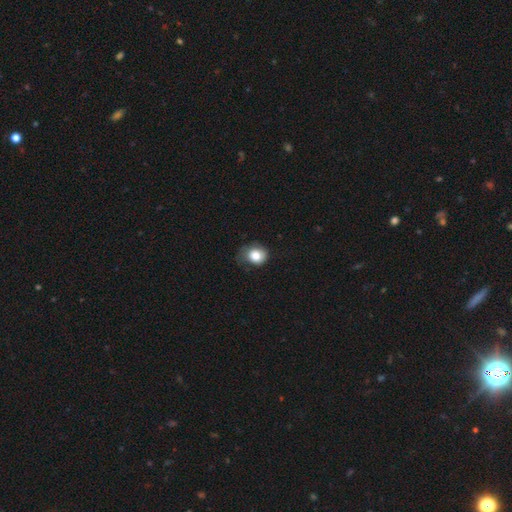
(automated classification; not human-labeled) This appears to be a smooth galaxy with no disk features (80%) that is round (65%). Merging: none (46%).